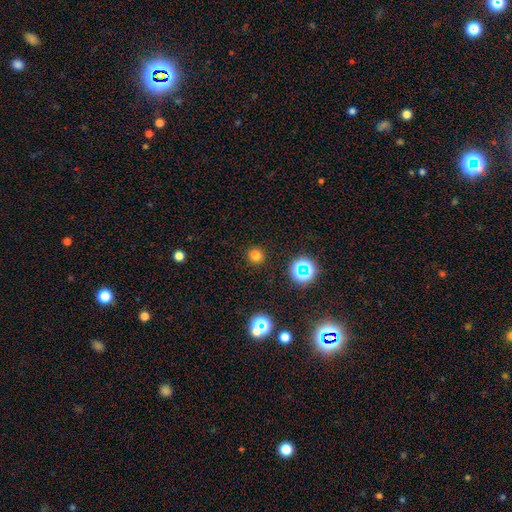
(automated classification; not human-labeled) This appears to be a smooth galaxy with no disk features (75%) that is round (89%). Merging: none (90%).